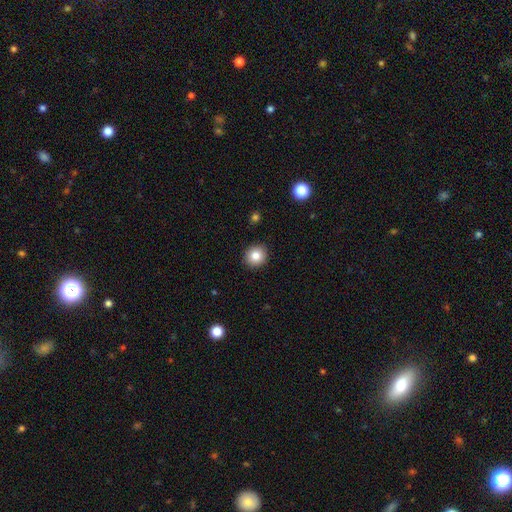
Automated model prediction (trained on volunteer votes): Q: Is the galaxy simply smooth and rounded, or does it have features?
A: smooth — 83%.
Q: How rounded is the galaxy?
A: round — 91%.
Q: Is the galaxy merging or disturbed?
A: none — 92%.